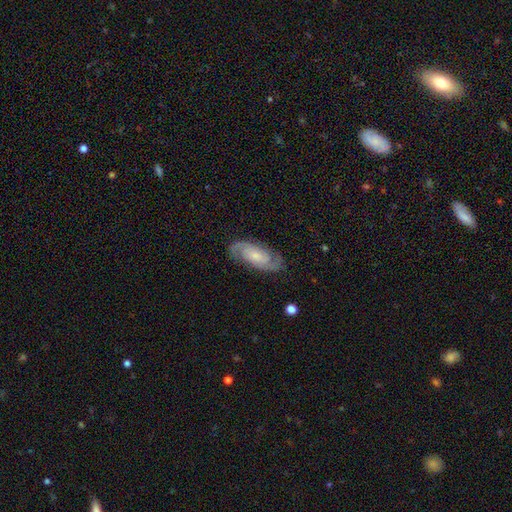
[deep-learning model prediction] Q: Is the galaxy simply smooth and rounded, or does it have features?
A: featured or disk — 82%.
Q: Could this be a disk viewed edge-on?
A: no — 95%.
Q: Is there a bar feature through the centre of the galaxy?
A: no — 57%.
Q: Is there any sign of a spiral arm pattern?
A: yes — 97%.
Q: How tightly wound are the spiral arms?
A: medium — 45%.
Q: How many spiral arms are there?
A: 2 — 89%.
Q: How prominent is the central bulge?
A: small — 47%.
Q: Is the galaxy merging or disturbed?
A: none — 82%.